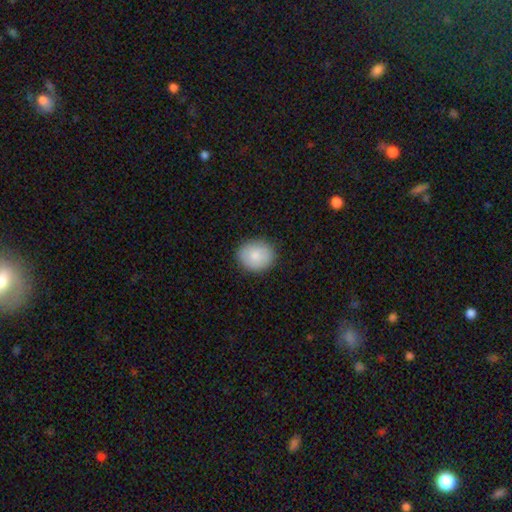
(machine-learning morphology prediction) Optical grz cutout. It shows a smooth galaxy with no disk features (85%) that is round (69%). Merging: none (88%).